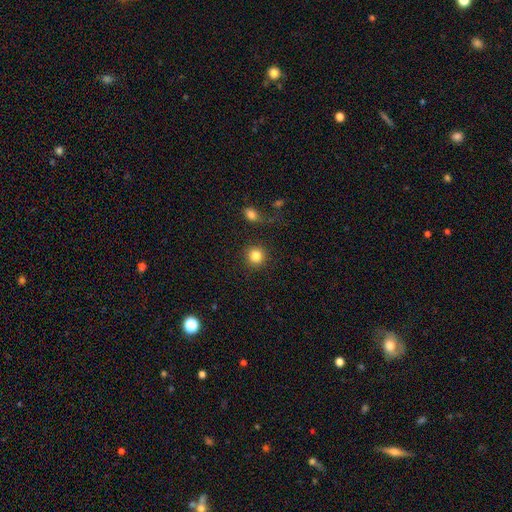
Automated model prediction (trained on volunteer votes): Morphology: type=smooth (84%); roundness=round (93%); merging=none (88%).